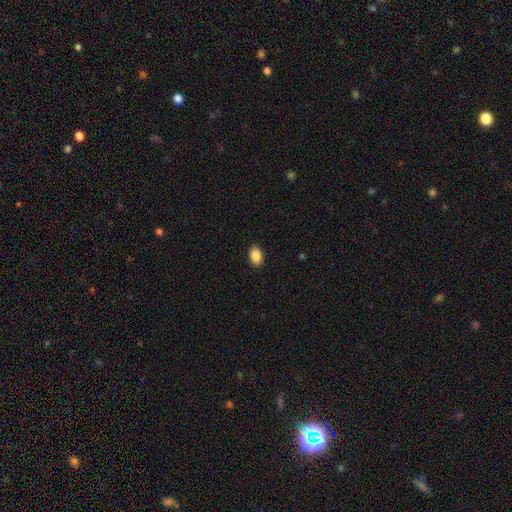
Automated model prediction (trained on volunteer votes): Overall: smooth (88%). How rounded: in between (84%). Merging: none (90%).